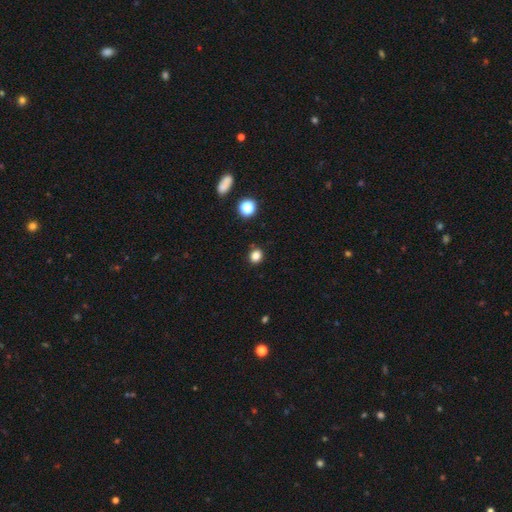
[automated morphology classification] type=smooth (83%); roundness=round (75%); merging=none (88%).